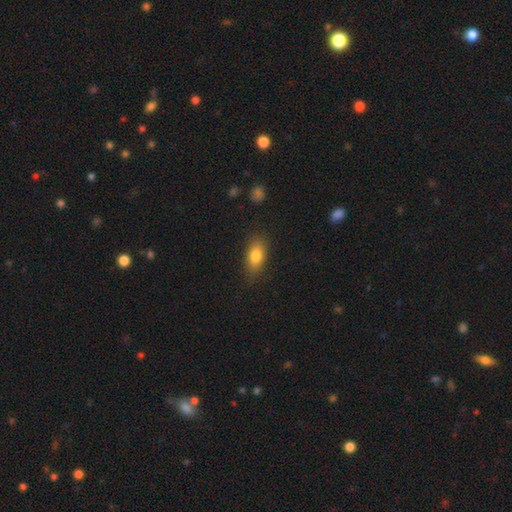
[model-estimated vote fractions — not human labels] Q: Smooth or featured?
A: smooth (81%); runner-up: featured or disk (10%)
Q: How rounded?
A: in between (85%); runner-up: round (8%)
Q: Merging?
A: none (82%); runner-up: minor disturbance (14%)